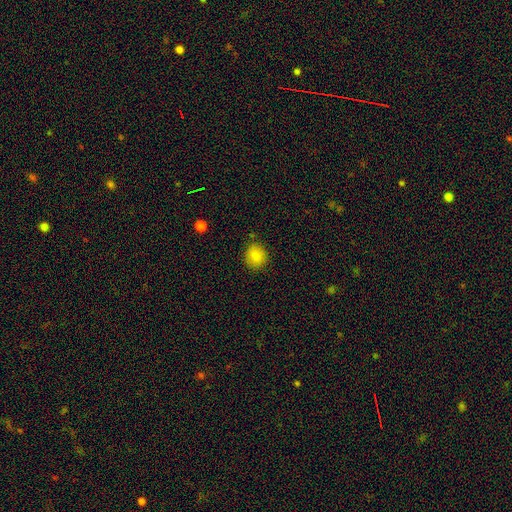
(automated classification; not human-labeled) Overall: smooth (84%). How rounded: round (78%). Merging: none (85%).